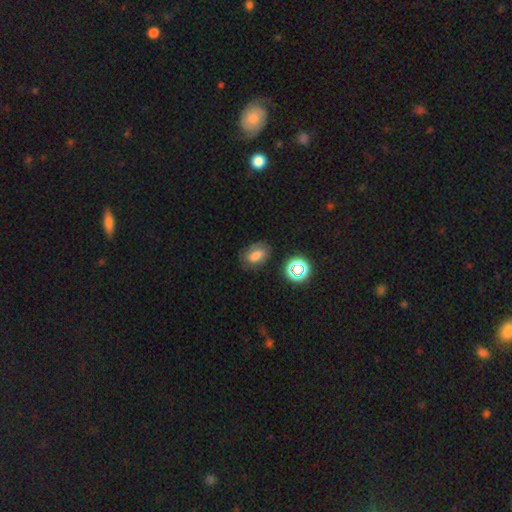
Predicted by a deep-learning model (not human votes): Smooth or featured: smooth — 67% (featured or disk — 18%)
How rounded: in between — 80% (round — 18%)
Merging: none — 73% (minor disturbance — 18%)